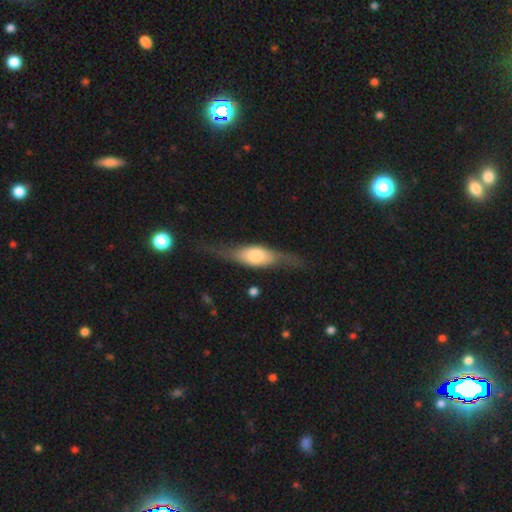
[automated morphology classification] featured or disk 58%, smooth 37%, star or artifact 5%. Down the decision tree: edge-on disk — yes (79%); merging — none (64%).